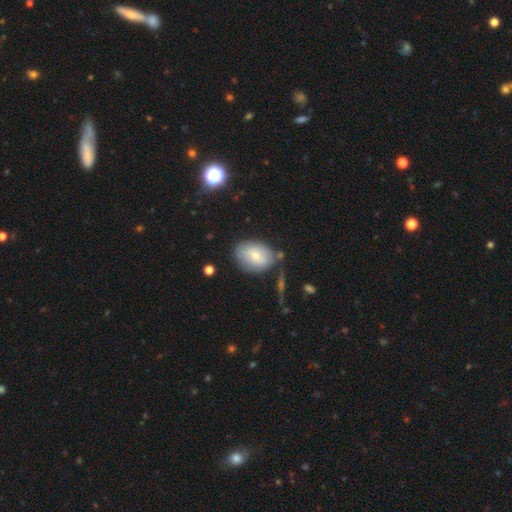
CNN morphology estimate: The model was most divided on "smooth or featured": smooth: 66%, featured or disk: 27%, star or artifact: 7%. More confident: how rounded — in between (74%); merging — none (67%).